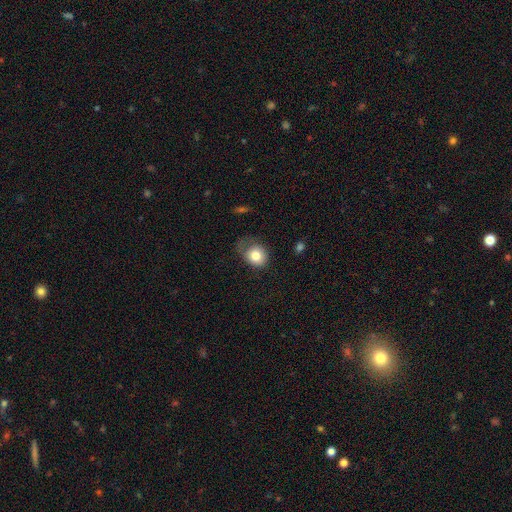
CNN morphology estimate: A smooth galaxy with no disk features (79%) that is round (64%).

Vote fractions:
- Smooth or featured? smooth: 79% / featured or disk: 12% / star or artifact: 9%
- How rounded? round: 64% / in between: 35% / cigar-shaped: 1%
- Merging? none: 45% / minor disturbance: 31% / major disturbance: 21% / merger: 2%